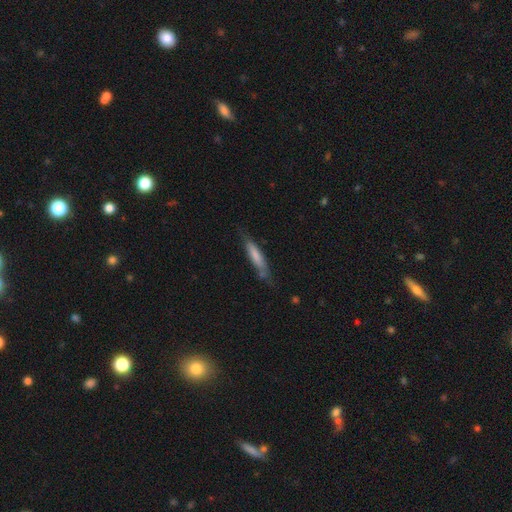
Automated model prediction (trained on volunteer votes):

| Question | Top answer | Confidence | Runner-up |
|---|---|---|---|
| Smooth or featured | smooth | 68% | featured or disk (26%) |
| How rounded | cigar-shaped | 84% | in between (15%) |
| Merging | none | 64% | minor disturbance (25%) |